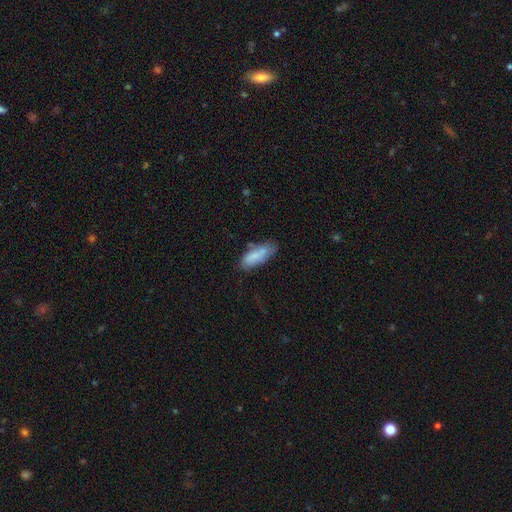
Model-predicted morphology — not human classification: smooth-or-featured: smooth: 78% | featured or disk: 15% | star or artifact: 7%
  how-rounded: in between: 75% | cigar-shaped: 24% | round: 2%
  merging: none: 57% | minor disturbance: 26% | merger: 10% | major disturbance: 8%